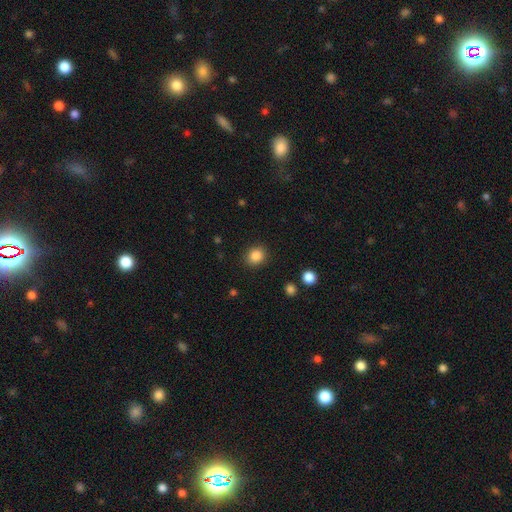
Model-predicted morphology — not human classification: This is clearly a smooth galaxy (86%). How rounded: likely round (78%). Merging: clearly none (89%).